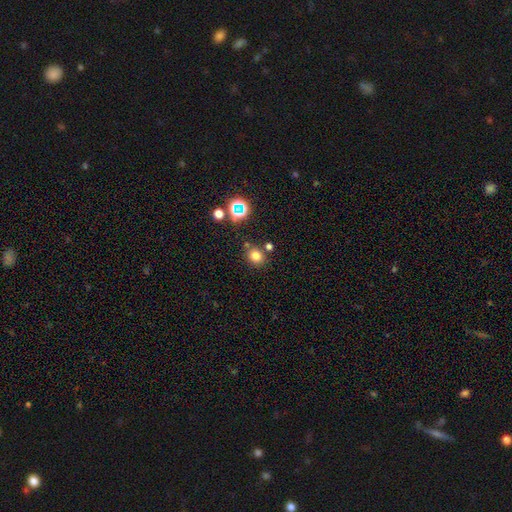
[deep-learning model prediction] This appears to be a smooth galaxy with no disk features (75%) that is round (76%). Merging: none (76%).